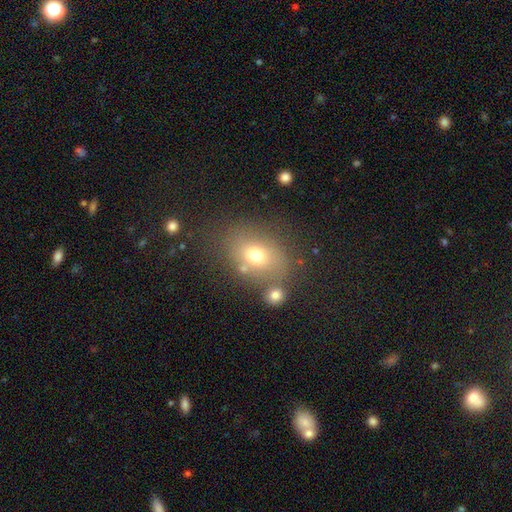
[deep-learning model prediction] smooth-or-featured: smooth: 68% | featured or disk: 18% | star or artifact: 14%
  how-rounded: in between: 65% | round: 34% | cigar-shaped: 1%
  merging: none: 66% | minor disturbance: 15% | merger: 13% | major disturbance: 7%